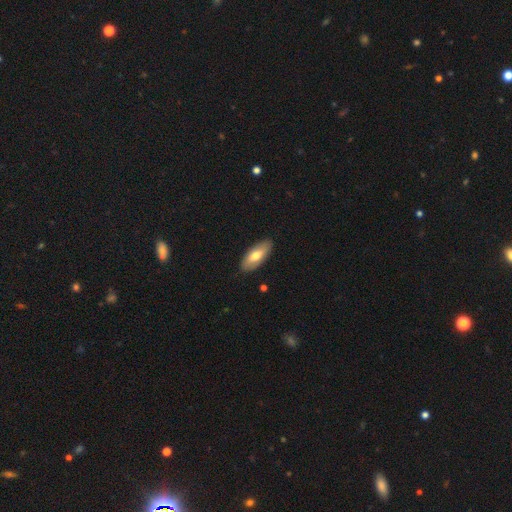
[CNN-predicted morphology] smooth_or_featured: smooth (p=0.69) [alt: featured or disk p=0.26]
how_rounded: in between (p=0.83) [alt: cigar-shaped p=0.15]
merging: none (p=0.88) [alt: minor disturbance p=0.09]